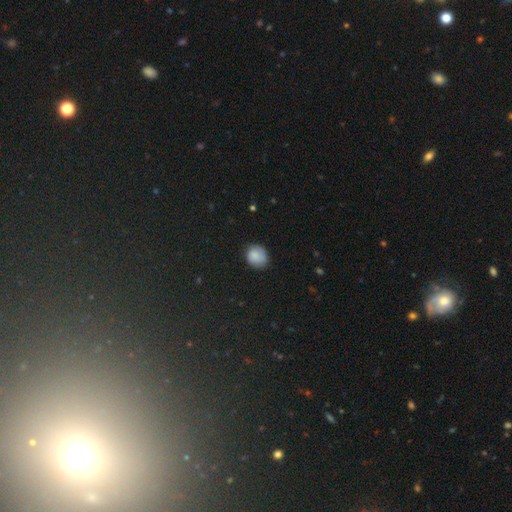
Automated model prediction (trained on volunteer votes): smooth 84%, star or artifact 8%, featured or disk 8%. Down the decision tree: how rounded — round (75%); merging — none (77%).